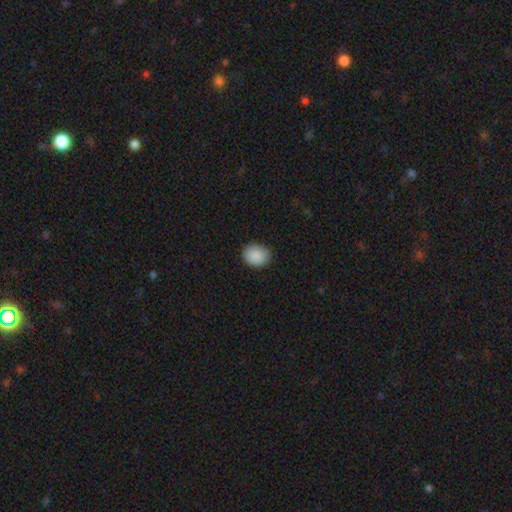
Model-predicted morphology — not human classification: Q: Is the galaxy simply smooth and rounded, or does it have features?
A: smooth — 90%.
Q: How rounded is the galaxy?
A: in between — 50%.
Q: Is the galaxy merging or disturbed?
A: none — 87%.